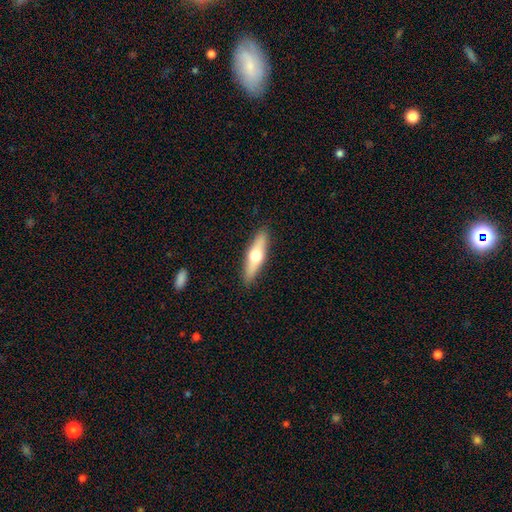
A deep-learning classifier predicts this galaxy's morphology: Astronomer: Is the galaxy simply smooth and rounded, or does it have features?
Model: smooth — 49% (runner-up: featured or disk, 45%).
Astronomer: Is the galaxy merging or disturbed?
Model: none — 89%.